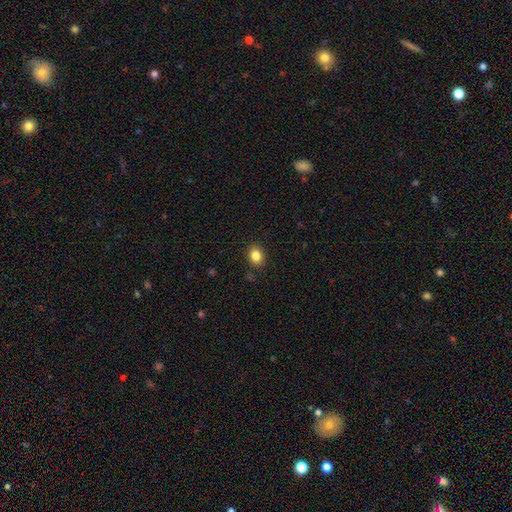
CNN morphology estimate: type=smooth (84%); roundness=round (56%); merging=none (88%).